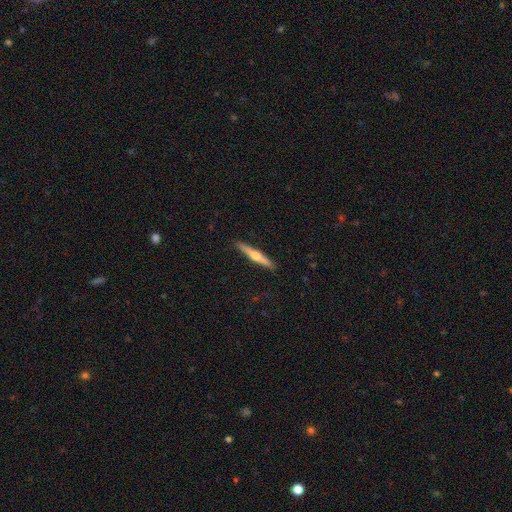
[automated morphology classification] A featured or disk galaxy (59%) viewed edge-on (97%) with a rounded central bulge (90%). Merging: none (91%).